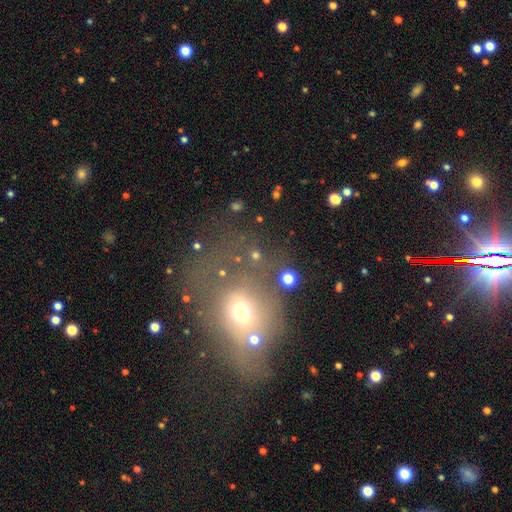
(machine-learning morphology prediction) smooth 54%, star or artifact 26%, featured or disk 20%. Down the decision tree: how rounded — round (56%); merging — none (48%).